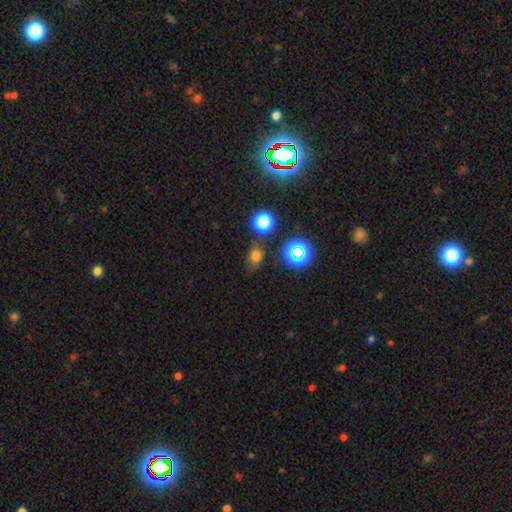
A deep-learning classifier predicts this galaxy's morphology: This is likely a smooth galaxy (67%). How rounded: possibly in between (52%). Merging: likely none (71%).